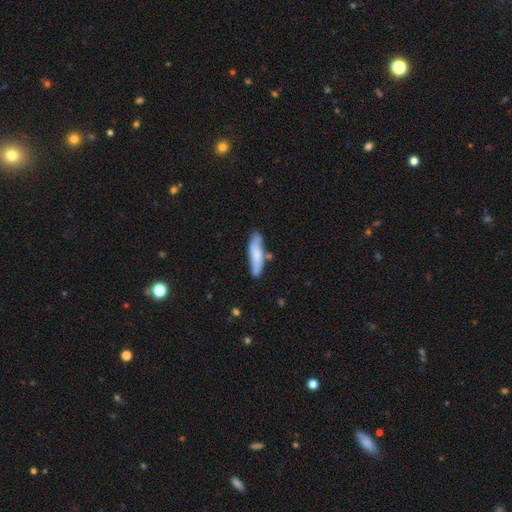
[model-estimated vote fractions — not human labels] Smooth or featured: smooth — 65% (featured or disk — 28%)
How rounded: cigar-shaped — 73% (in between — 25%)
Merging: none — 71% (minor disturbance — 19%)